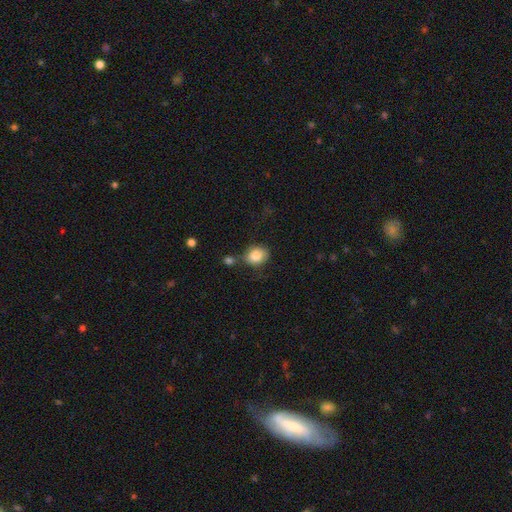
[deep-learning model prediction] This is clearly a smooth galaxy (85%). How rounded: likely round (60%). Merging: likely none (62%).